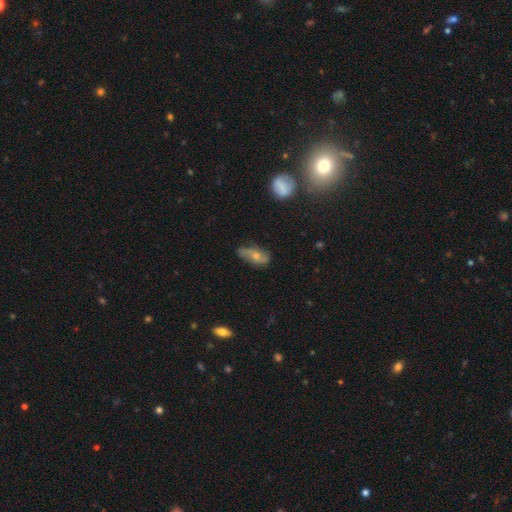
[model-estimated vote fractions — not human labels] A featured or disk galaxy (52%).

Vote fractions:
- Smooth or featured? featured or disk: 52% / smooth: 40% / star or artifact: 8%
- Edge-on disk? no: 88% / yes: 12%
- Merging? none: 61% / minor disturbance: 28% / major disturbance: 9% / merger: 2%